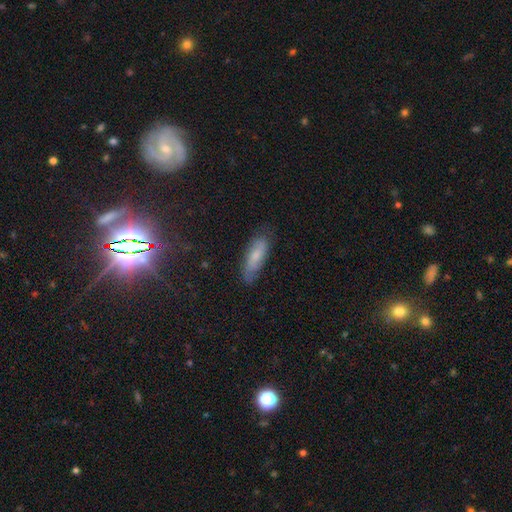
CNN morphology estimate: A smooth galaxy with no disk features (63%) that is in between round and cigar-shaped (55%). Merging: none (73%).